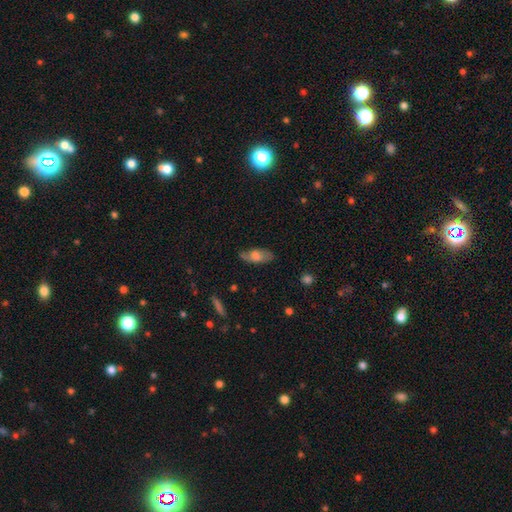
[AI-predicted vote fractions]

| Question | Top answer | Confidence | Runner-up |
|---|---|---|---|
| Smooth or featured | smooth | 60% | featured or disk (33%) |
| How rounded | in between | 79% | cigar-shaped (18%) |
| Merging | none | 68% | minor disturbance (24%) |